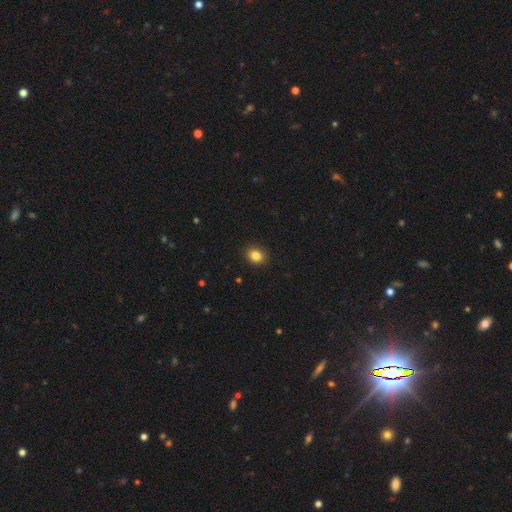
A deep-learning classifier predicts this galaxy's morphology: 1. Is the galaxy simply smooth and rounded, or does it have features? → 84% smooth, 11% star or artifact, 5% featured or disk.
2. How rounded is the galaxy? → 58% round, 41% in between, 1% cigar-shaped.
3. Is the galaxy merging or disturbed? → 91% none, 6% minor disturbance, 2% major disturbance, 1% merger.